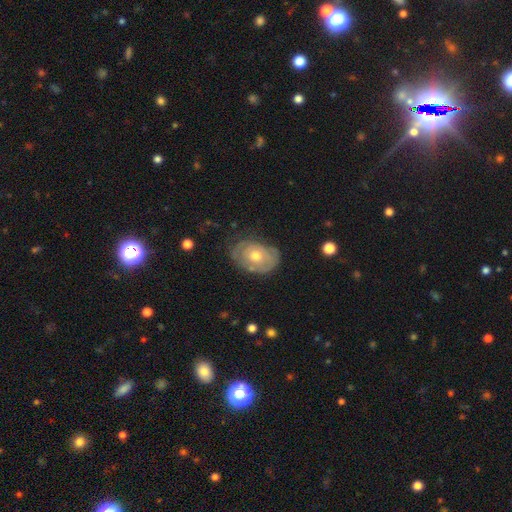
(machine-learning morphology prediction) Smooth or featured?
  - featured or disk: 62% *
  - smooth: 32%
  - star or artifact: 6%
Edge-on disk?
  - no: 95% *
  - yes: 5%
Bar?
  - no: 87% *
  - weak: 11%
  - strong: 2%
Spiral arms?
  - yes: 55% *
  - no: 45%
Bulge size?
  - moderate: 71% *
  - small: 22%
  - large: 5%
  - none: 1%
  - dominant: 1%
Merging?
  - none: 67% *
  - minor disturbance: 23%
  - major disturbance: 8%
  - merger: 2%